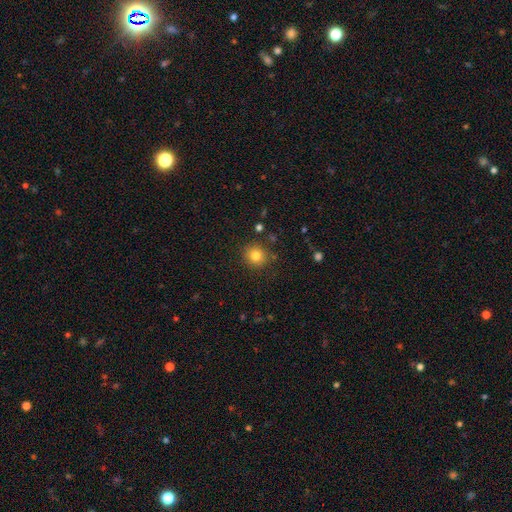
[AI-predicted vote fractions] Smooth or featured: smooth — 81% (star or artifact — 12%)
How rounded: round — 89% (in between — 10%)
Merging: none — 87% (minor disturbance — 8%)